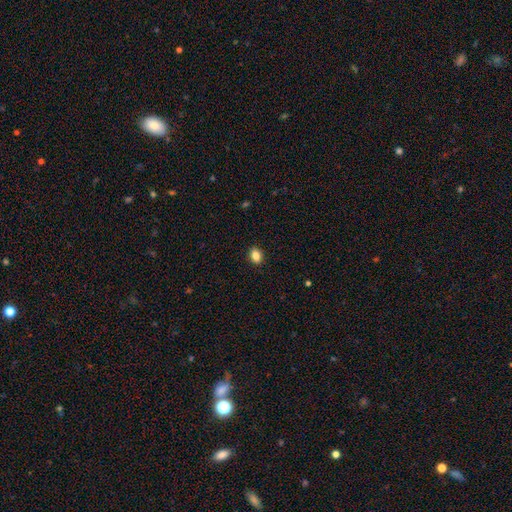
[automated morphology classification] smooth 87%, star or artifact 9%, featured or disk 4%. Down the decision tree: how rounded — in between (71%); merging — none (90%).